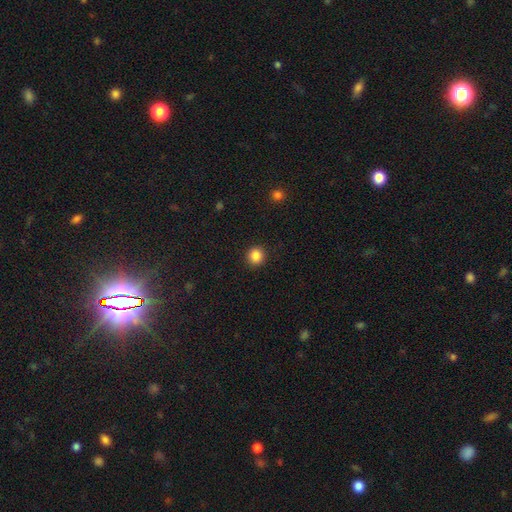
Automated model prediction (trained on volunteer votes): smooth 86%, star or artifact 10%, featured or disk 3%. Down the decision tree: how rounded — round (90%); merging — none (92%).